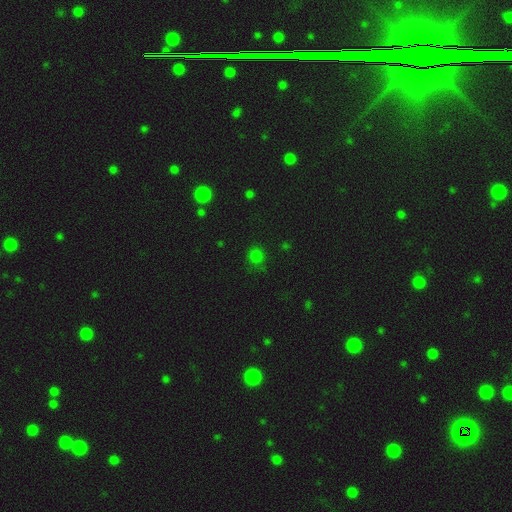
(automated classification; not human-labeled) This appears to be a smooth galaxy with no disk features (75%) that is round (86%). Merging: none (80%).